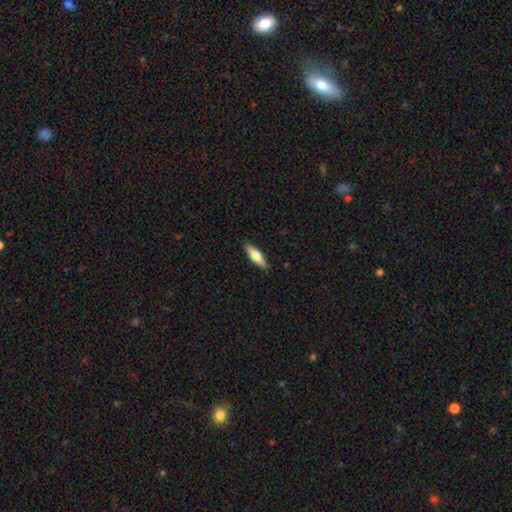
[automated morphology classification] Smooth or featured: smooth — 64% (featured or disk — 30%)
How rounded: cigar-shaped — 54% (in between — 44%)
Merging: none — 89% (minor disturbance — 8%)